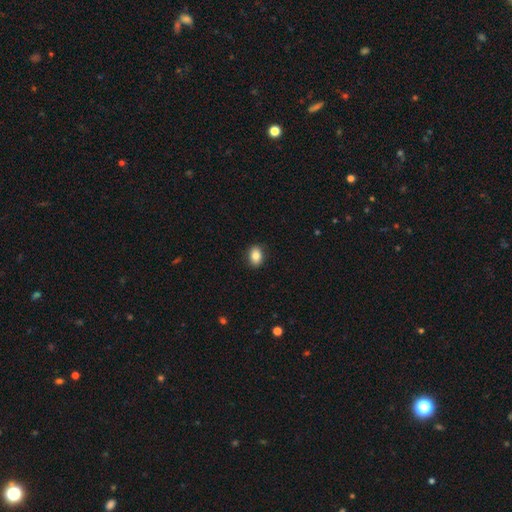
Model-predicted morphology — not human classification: Smooth or featured? Predicted: smooth (p=0.84). How rounded? Predicted: in between (p=0.77). Merging? Predicted: none (p=0.90).